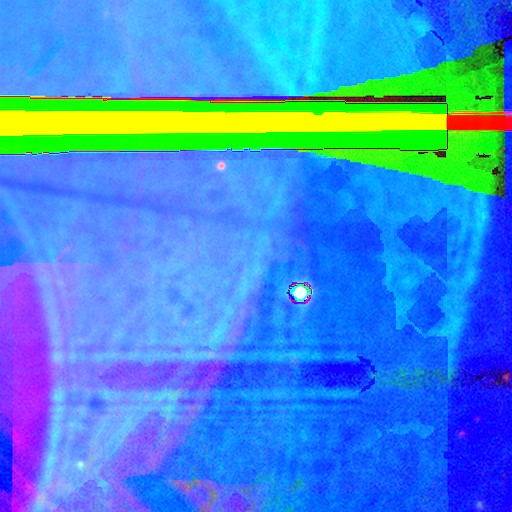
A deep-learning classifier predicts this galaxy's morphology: Q: Smooth or featured?
A: star or artifact (87%); runner-up: featured or disk (7%)